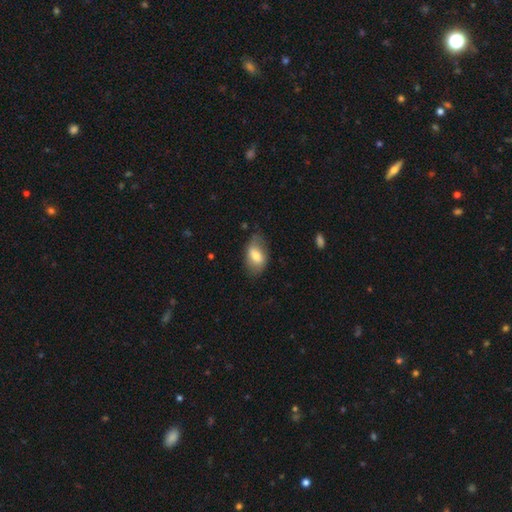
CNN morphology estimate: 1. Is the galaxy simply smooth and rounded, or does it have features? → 70% smooth, 23% featured or disk, 7% star or artifact.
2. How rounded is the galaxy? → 90% in between, 8% round, 2% cigar-shaped.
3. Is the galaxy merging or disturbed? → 64% none, 26% minor disturbance, 9% major disturbance, 2% merger.